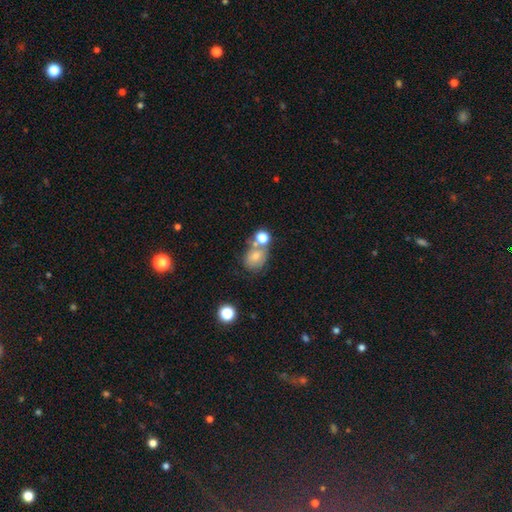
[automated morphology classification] A smooth galaxy with no disk features (70%) that is round (50%). Merging: none (44%).